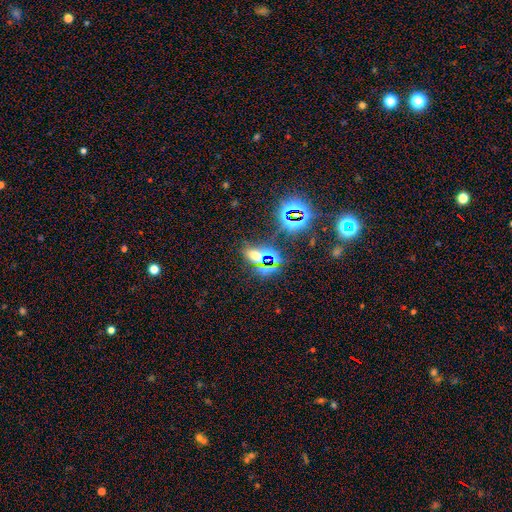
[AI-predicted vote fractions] star or artifact 60%, smooth 30%, featured or disk 10%.